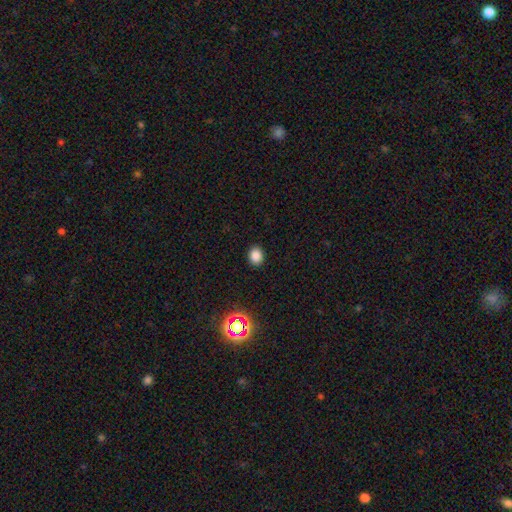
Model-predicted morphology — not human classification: smooth-or-featured: smooth: 83% | star or artifact: 13% | featured or disk: 3%
  how-rounded: round: 57% | in between: 42% | cigar-shaped: 1%
  merging: none: 90% | minor disturbance: 7% | major disturbance: 2% | merger: 1%